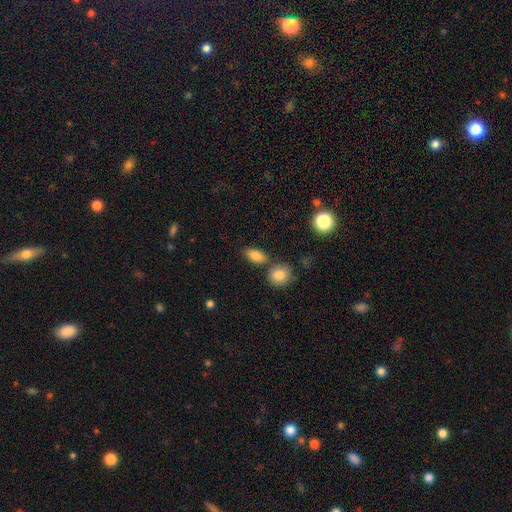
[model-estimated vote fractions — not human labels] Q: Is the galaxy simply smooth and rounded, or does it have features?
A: smooth — 85%.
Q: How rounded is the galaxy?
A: in between — 85%.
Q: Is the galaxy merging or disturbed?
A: none — 70%.